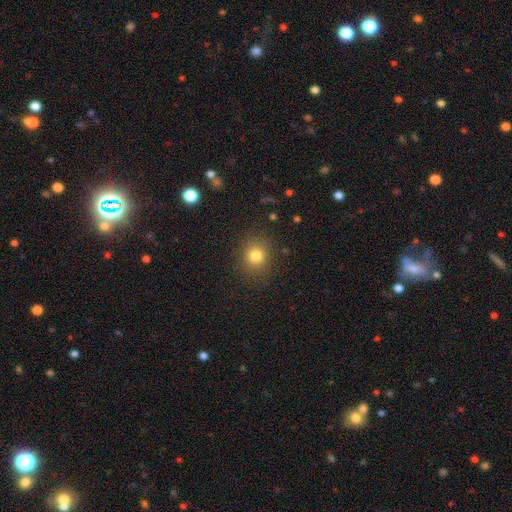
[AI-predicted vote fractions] Smooth or featured?
  - smooth: 80% *
  - star or artifact: 13%
  - featured or disk: 7%
How rounded?
  - round: 77% *
  - in between: 22%
  - cigar-shaped: 1%
Merging?
  - none: 87% *
  - minor disturbance: 8%
  - major disturbance: 3%
  - merger: 1%